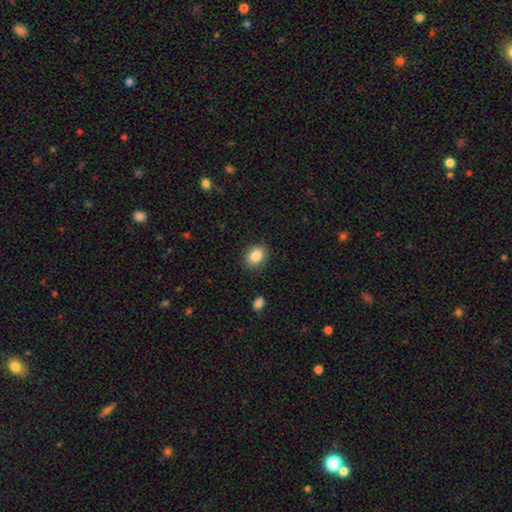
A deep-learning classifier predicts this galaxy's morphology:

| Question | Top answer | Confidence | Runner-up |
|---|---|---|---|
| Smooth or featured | smooth | 86% | star or artifact (9%) |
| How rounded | in between | 58% | round (41%) |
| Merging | none | 87% | minor disturbance (9%) |